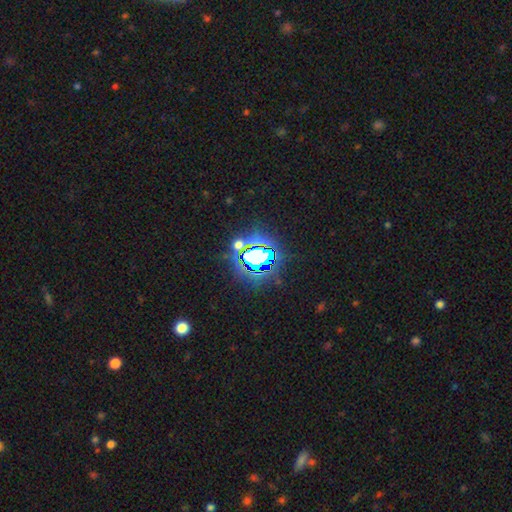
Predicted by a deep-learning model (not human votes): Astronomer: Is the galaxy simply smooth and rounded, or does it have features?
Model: star or artifact — 75%.